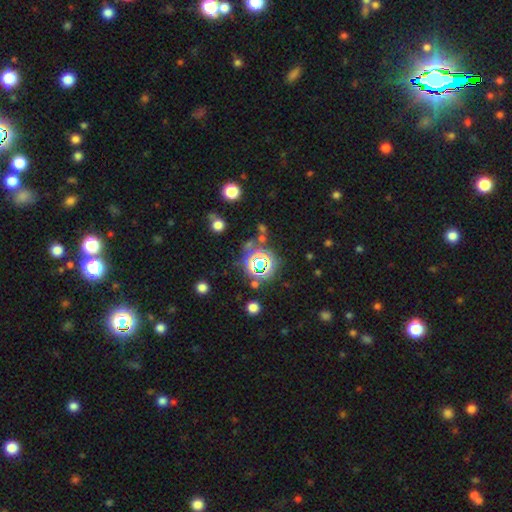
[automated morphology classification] Smooth or featured: star or artifact — 72% (smooth — 20%)